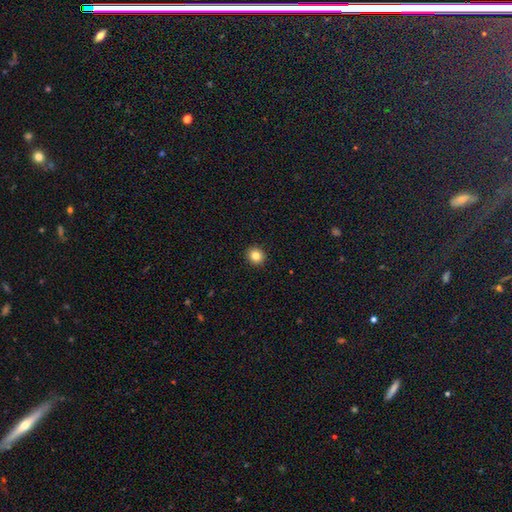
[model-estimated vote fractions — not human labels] Overall: smooth (84%). How rounded: round (87%). Merging: none (93%).